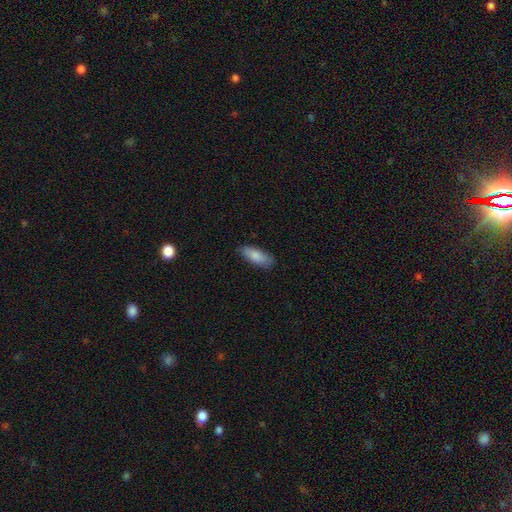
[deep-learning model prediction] Smooth or featured? Predicted: smooth (p=0.85). How rounded? Predicted: in between (p=0.76). Merging? Predicted: none (p=0.81).